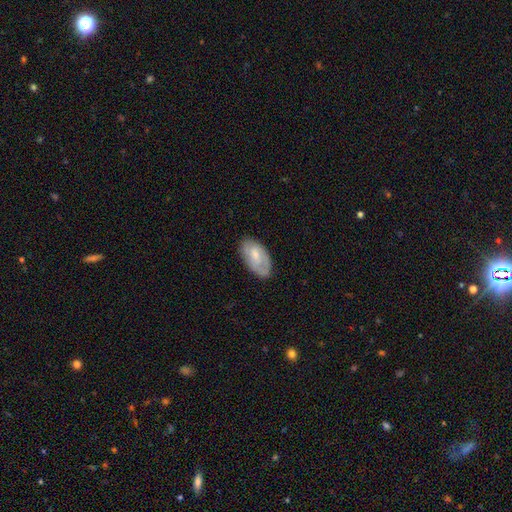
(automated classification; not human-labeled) Morphology: type=smooth (59%); roundness=in between (94%); merging=none (72%).